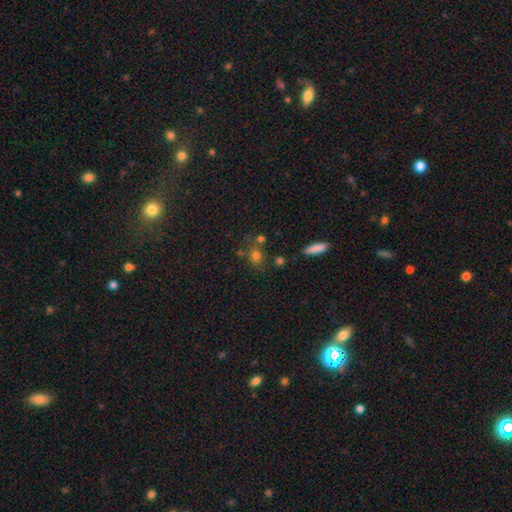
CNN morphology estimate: smooth-or-featured: smooth: 72% | star or artifact: 17% | featured or disk: 11%
  how-rounded: round: 71% | in between: 26% | cigar-shaped: 3%
  merging: none: 62% | merger: 19% | minor disturbance: 13% | major disturbance: 6%